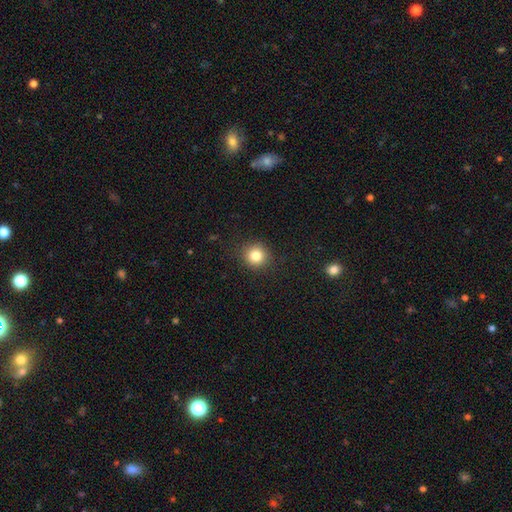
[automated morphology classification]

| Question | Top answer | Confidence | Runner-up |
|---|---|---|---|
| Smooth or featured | smooth | 82% | star or artifact (12%) |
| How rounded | round | 92% | in between (7%) |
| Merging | none | 90% | minor disturbance (6%) |